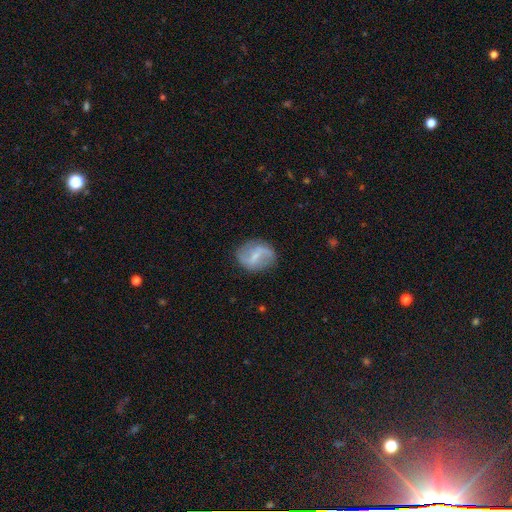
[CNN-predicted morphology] Overall: featured or disk (69%). Edge-on disk: no (97%). Bar: weak (48%; strong 36%). Spiral arms: yes (82%). Spiral arm count: 2 (86%). Spiral winding: loose (58%; medium 31%). Bulge size: small (55%; moderate 23%). Merging: none (78%).